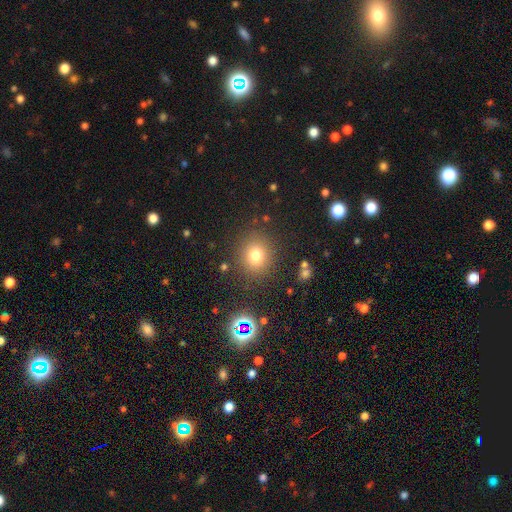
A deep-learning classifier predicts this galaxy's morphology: A smooth galaxy with no disk features (75%) that is round (82%). Merging: none (85%).